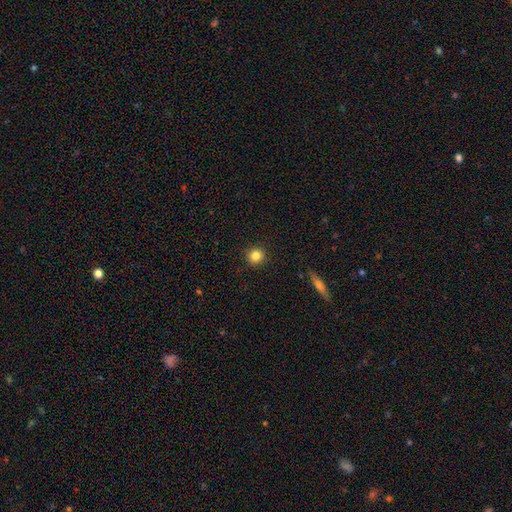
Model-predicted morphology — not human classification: Smooth or featured? smooth (84%)
How rounded? round (94%)
Merging? none (92%)